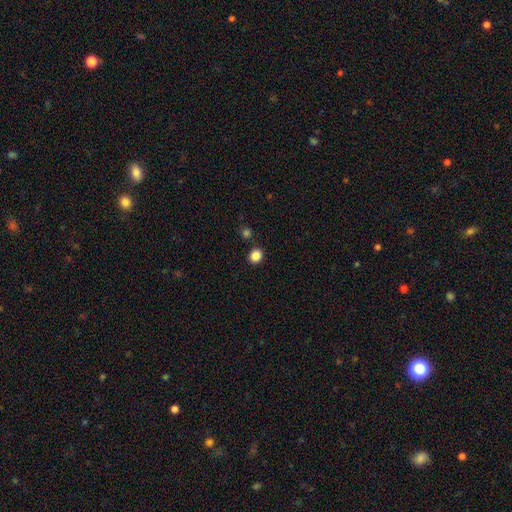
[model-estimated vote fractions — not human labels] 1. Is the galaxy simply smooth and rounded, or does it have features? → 86% smooth, 11% star or artifact, 3% featured or disk.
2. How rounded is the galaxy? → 73% round, 26% in between, 1% cigar-shaped.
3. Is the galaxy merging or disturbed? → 85% none, 7% minor disturbance, 5% merger, 2% major disturbance.